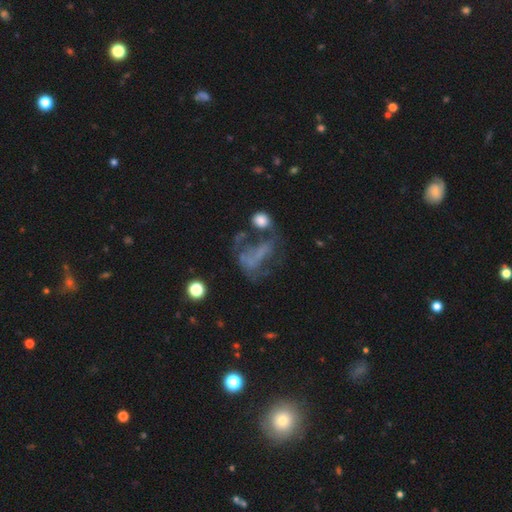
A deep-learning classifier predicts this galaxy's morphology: This appears to be a featured or disk galaxy (48%). Merging: major disturbance (41%).